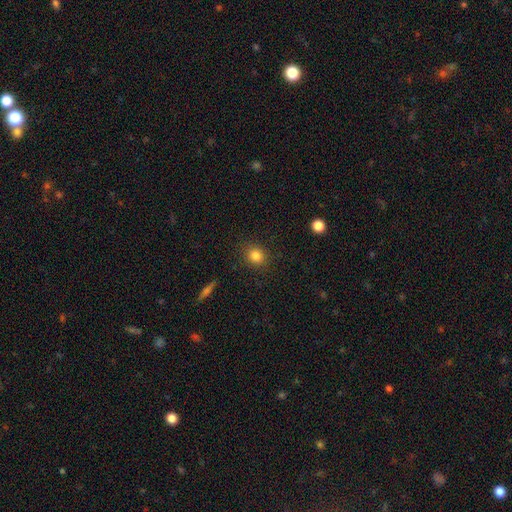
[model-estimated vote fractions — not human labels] Morphology: type=smooth (83%); roundness=round (78%); merging=none (88%).